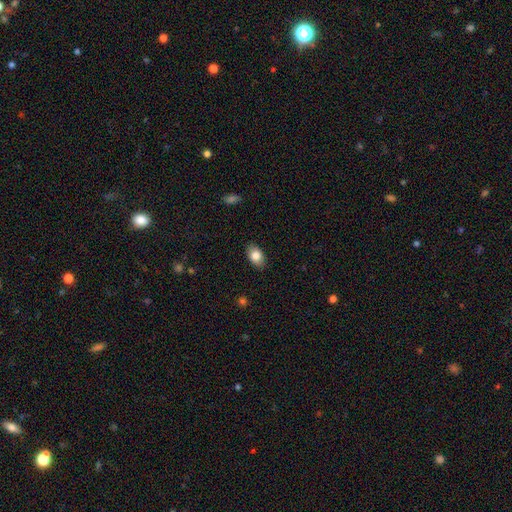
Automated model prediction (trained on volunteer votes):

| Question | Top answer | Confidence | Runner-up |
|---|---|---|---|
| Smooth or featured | smooth | 82% | featured or disk (10%) |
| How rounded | in between | 89% | round (9%) |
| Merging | none | 87% | minor disturbance (10%) |